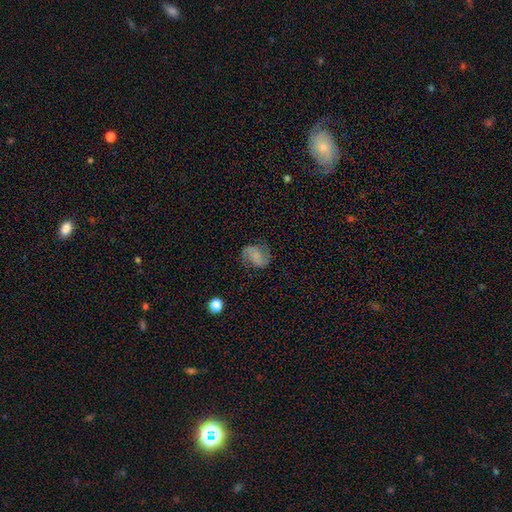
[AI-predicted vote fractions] Smooth or featured: featured or disk — 65% (smooth — 26%)
Edge-on disk: no — 98% (yes — 2%)
Bar: no — 56% (weak — 35%)
Spiral arms: yes — 93% (no — 7%)
Spiral winding: medium — 48% (loose — 32%)
Spiral arm count: 2 — 90% (can't tell — 4%)
Bulge size: none — 49% (small — 30%)
Merging: none — 73% (minor disturbance — 17%)